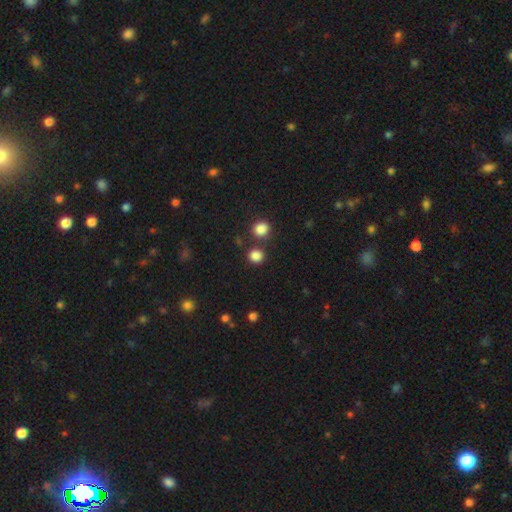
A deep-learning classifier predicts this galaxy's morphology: This appears to be a smooth galaxy with no disk features (84%) that is round (87%). Merging: none (78%).